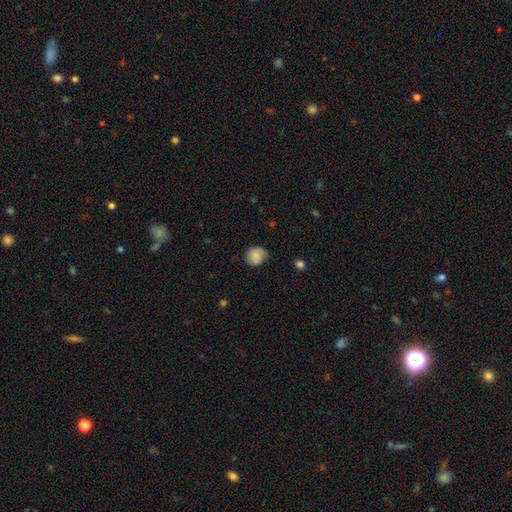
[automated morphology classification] A smooth galaxy with no disk features (77%) that is round (78%).

Vote fractions:
- Smooth or featured? smooth: 77% / featured or disk: 15% / star or artifact: 8%
- How rounded? round: 78% / in between: 21% / cigar-shaped: 1%
- Merging? none: 68% / minor disturbance: 25% / major disturbance: 5% / merger: 1%